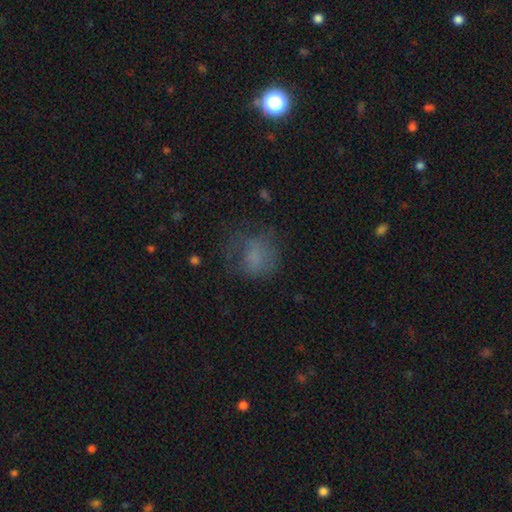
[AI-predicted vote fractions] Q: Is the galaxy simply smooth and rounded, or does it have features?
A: smooth — 66%.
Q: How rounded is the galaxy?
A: round — 67%.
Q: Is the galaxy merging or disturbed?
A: none — 49%.